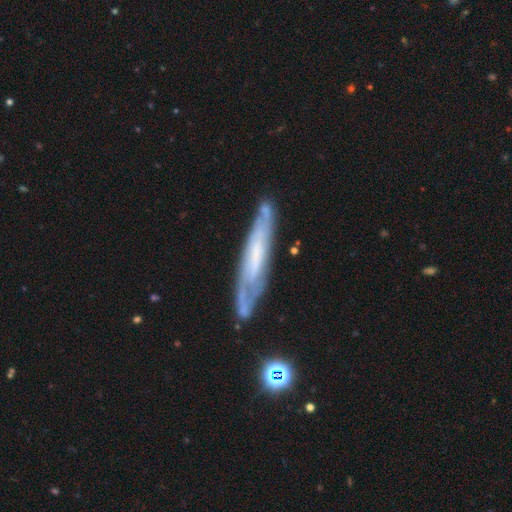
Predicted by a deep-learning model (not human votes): smooth_or_featured: featured or disk (p=0.71) [alt: smooth p=0.22]
disk_edge_on: yes (p=0.51) [alt: no p=0.49]
merging: none (p=0.73) [alt: minor disturbance p=0.18]